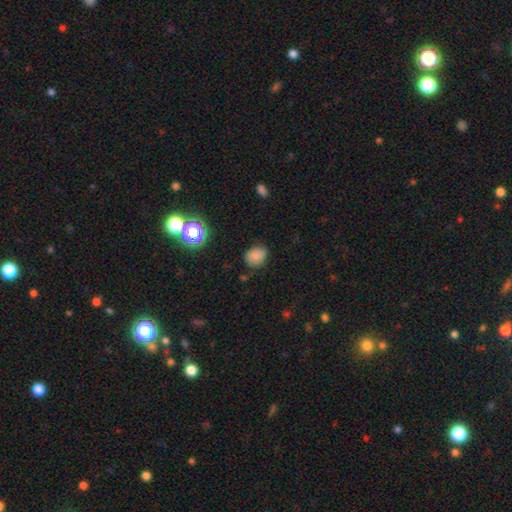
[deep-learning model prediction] Smooth or featured? Predicted: smooth (p=0.79). How rounded? Predicted: round (p=0.57). Merging? Predicted: none (p=0.75).